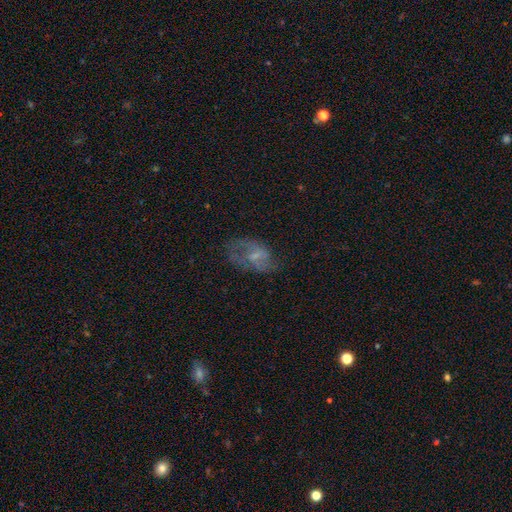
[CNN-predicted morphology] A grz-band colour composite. It shows a featured or disk galaxy (56%) with a weak bar (46%), spiral arms (61%) and a small central bulge (51%). Merging: none (49%).